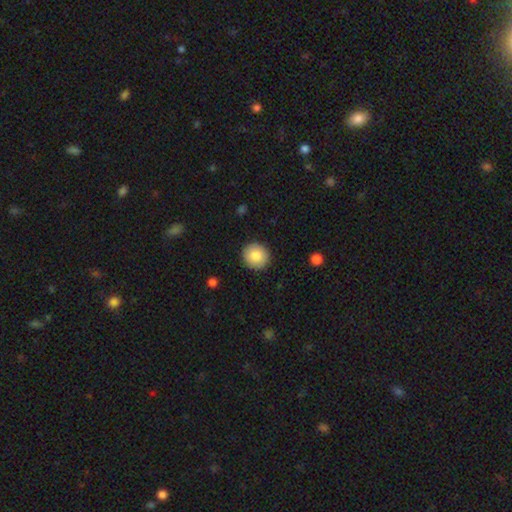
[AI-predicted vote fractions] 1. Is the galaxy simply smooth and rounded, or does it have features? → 84% smooth, 9% featured or disk, 7% star or artifact.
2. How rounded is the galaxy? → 91% round, 9% in between, 1% cigar-shaped.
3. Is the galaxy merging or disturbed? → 91% none, 6% minor disturbance, 2% major disturbance, 1% merger.